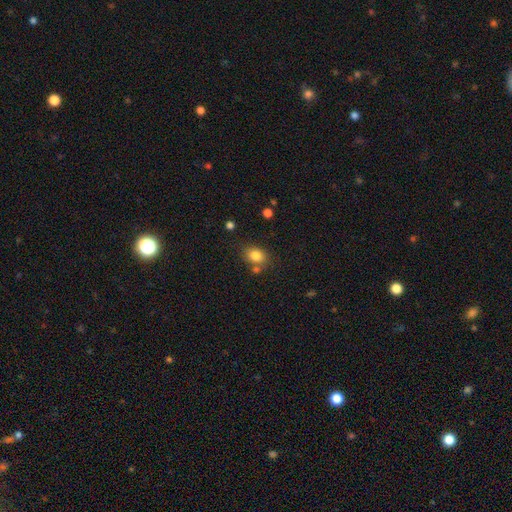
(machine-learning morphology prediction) Smooth or featured? smooth (82%)
How rounded? in between (57%)
Merging? none (68%)